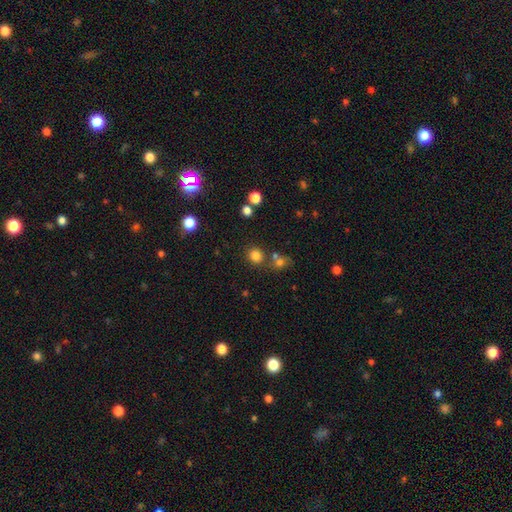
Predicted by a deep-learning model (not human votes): A smooth galaxy with no disk features (79%) that is round (86%). Merging: none (74%).